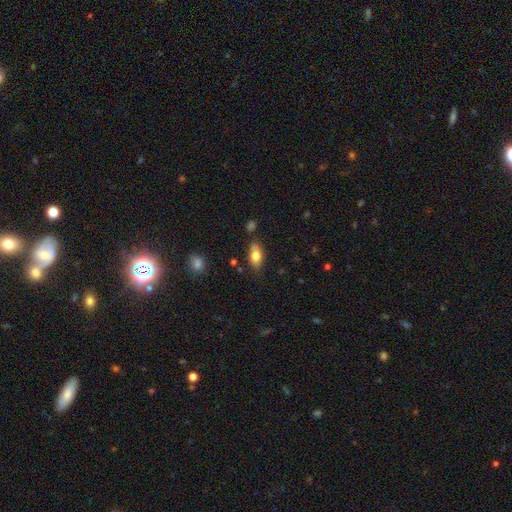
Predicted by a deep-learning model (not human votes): Smooth or featured: smooth — 76% (featured or disk — 17%)
How rounded: in between — 86% (cigar-shaped — 8%)
Merging: none — 73% (minor disturbance — 18%)